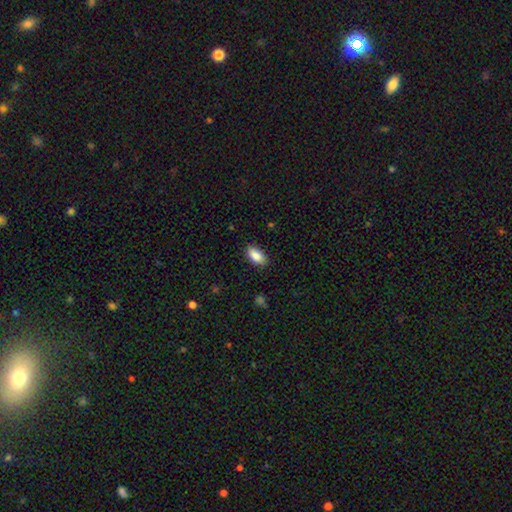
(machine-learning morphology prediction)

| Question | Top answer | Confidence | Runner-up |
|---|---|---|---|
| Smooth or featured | smooth | 87% | star or artifact (7%) |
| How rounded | in between | 91% | cigar-shaped (6%) |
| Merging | none | 83% | minor disturbance (13%) |